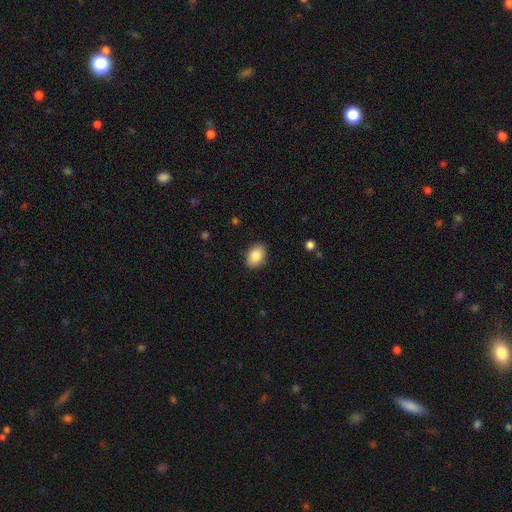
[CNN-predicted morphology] smooth_or_featured: smooth (p=0.86) [alt: star or artifact p=0.07]
how_rounded: in between (p=0.76) [alt: round p=0.23]
merging: none (p=0.89) [alt: minor disturbance p=0.08]